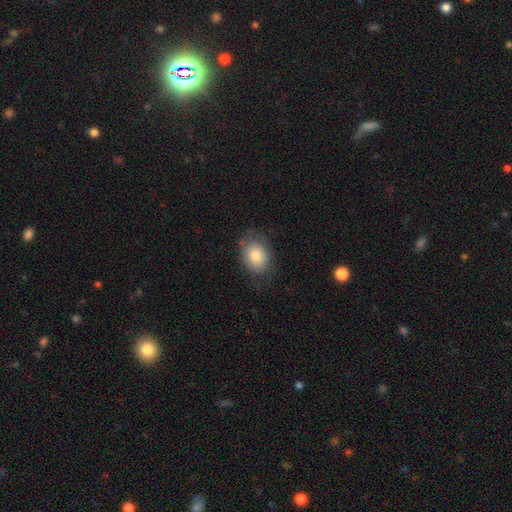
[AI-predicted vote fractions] smooth_or_featured: smooth (p=0.76) [alt: featured or disk p=0.17]
how_rounded: in between (p=0.70) [alt: round p=0.30]
merging: none (p=0.69) [alt: minor disturbance p=0.20]